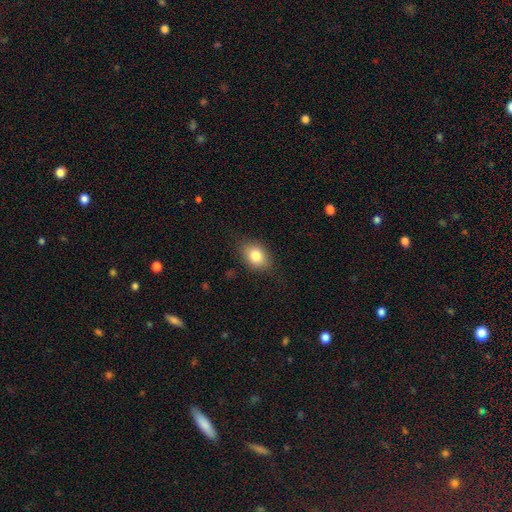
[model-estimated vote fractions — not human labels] This is clearly a smooth galaxy (82%). How rounded: likely in between (75%). Merging: likely none (80%).